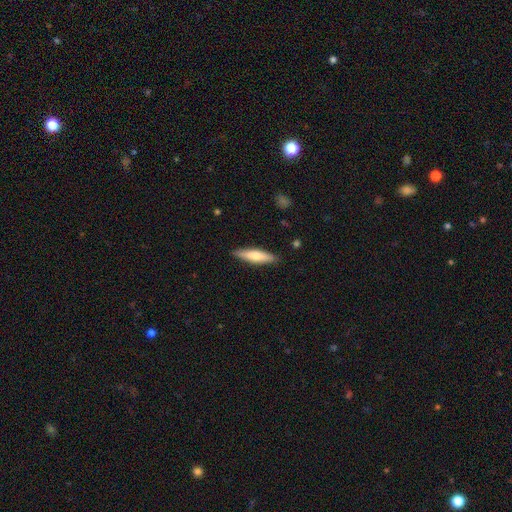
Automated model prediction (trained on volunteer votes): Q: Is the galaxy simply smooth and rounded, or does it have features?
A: smooth — 62%.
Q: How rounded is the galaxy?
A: cigar-shaped — 78%.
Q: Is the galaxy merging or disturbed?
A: none — 88%.